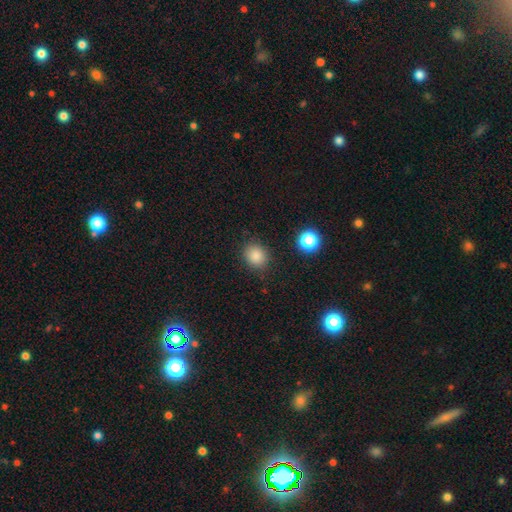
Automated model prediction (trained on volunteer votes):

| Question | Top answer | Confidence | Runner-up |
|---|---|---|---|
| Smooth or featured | smooth | 84% | star or artifact (11%) |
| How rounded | round | 69% | in between (30%) |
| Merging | none | 85% | minor disturbance (10%) |